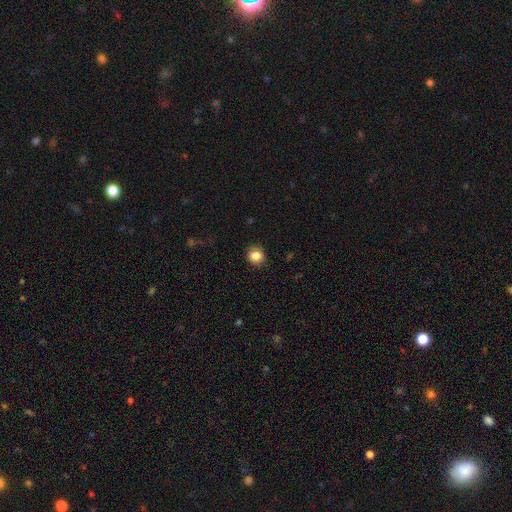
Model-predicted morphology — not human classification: The model was most divided on "smooth or featured": smooth: 85%, star or artifact: 10%, featured or disk: 5%. More confident: merging — none (91%); how rounded — round (89%).